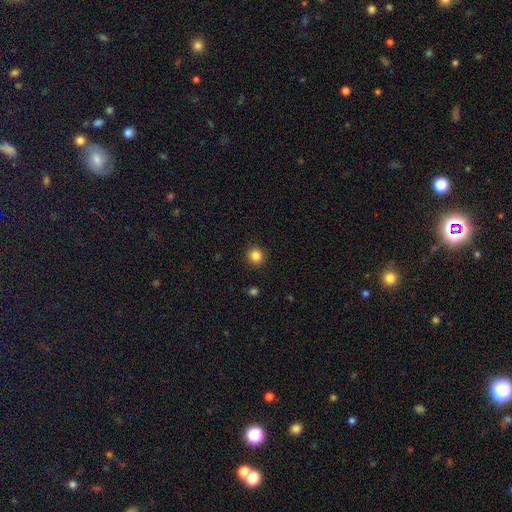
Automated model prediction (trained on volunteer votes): smooth 85%, star or artifact 11%, featured or disk 4%. Down the decision tree: how rounded — round (91%); merging — none (91%).